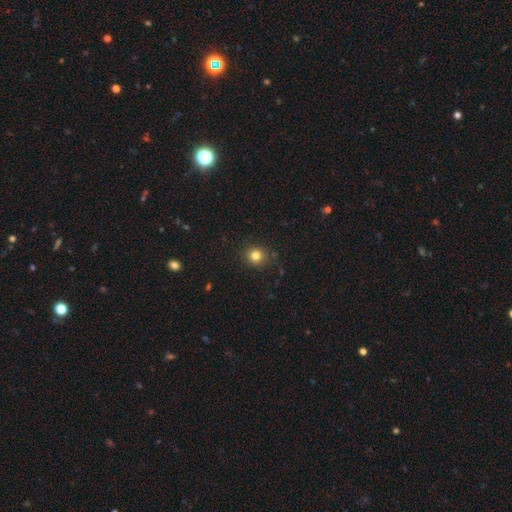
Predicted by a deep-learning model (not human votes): smooth-or-featured: smooth: 81% | star or artifact: 13% | featured or disk: 6%
  how-rounded: round: 88% | in between: 12% | cigar-shaped: 1%
  merging: none: 86% | minor disturbance: 10% | major disturbance: 3% | merger: 1%